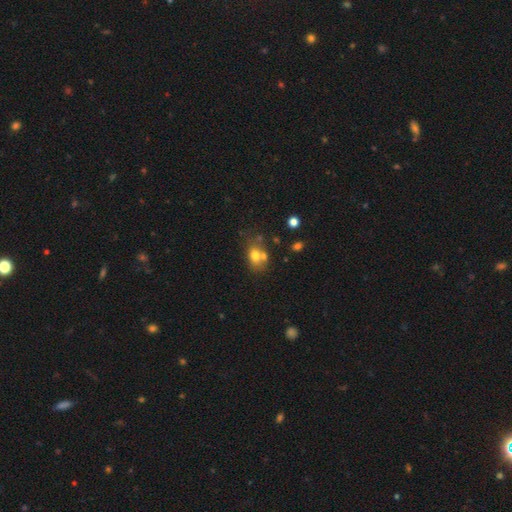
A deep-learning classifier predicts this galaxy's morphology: A smooth galaxy with no disk features (71%) that is in between round and cigar-shaped (57%).

Vote fractions:
- Smooth or featured? smooth: 71% / featured or disk: 17% / star or artifact: 12%
- How rounded? in between: 57% / round: 42% / cigar-shaped: 1%
- Merging? none: 45% / merger: 35% / minor disturbance: 14% / major disturbance: 6%